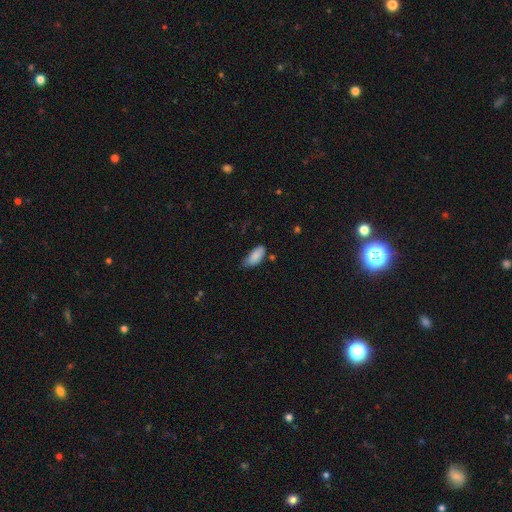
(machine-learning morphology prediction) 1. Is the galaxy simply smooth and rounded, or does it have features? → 87% smooth, 7% star or artifact, 6% featured or disk.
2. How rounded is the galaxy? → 86% in between, 12% cigar-shaped, 2% round.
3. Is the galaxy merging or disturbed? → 56% none, 34% minor disturbance, 6% major disturbance, 3% merger.